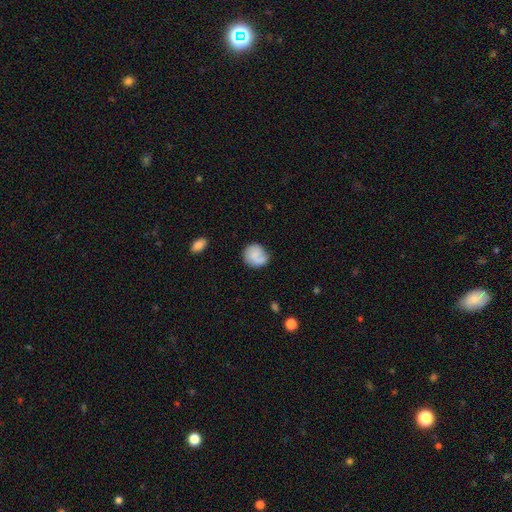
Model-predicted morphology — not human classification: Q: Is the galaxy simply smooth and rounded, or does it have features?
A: smooth — 70%.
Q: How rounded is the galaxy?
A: round — 76%.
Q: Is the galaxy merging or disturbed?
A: none — 64%.